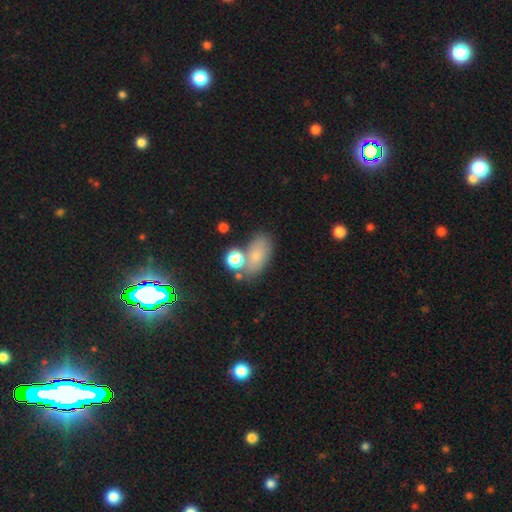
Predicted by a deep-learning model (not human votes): Overall: smooth (72%). How rounded: in between (84%). Merging: none (52%; merger 21%).